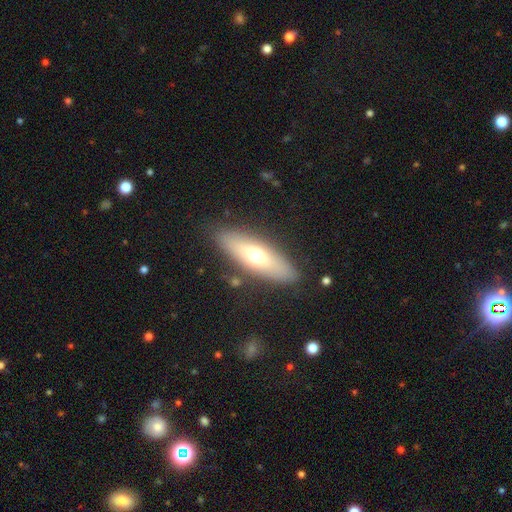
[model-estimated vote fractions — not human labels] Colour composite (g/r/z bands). It shows a smooth galaxy with no disk features (57%) that is in between round and cigar-shaped (53%). Merging: none (85%).